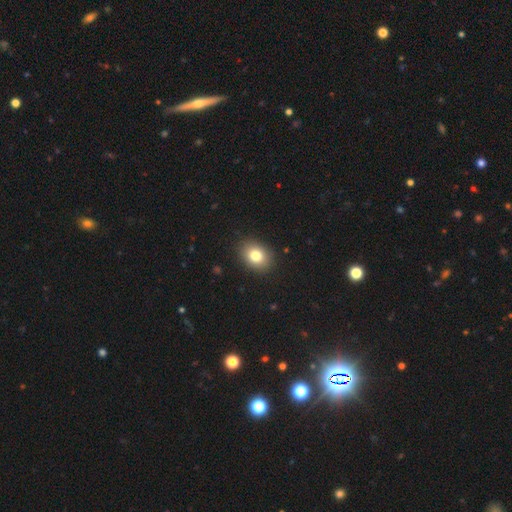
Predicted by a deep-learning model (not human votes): The model was most divided on "how rounded": in between: 61%, round: 38%, cigar-shaped: 1%. More confident: merging — none (89%); smooth or featured — smooth (81%).